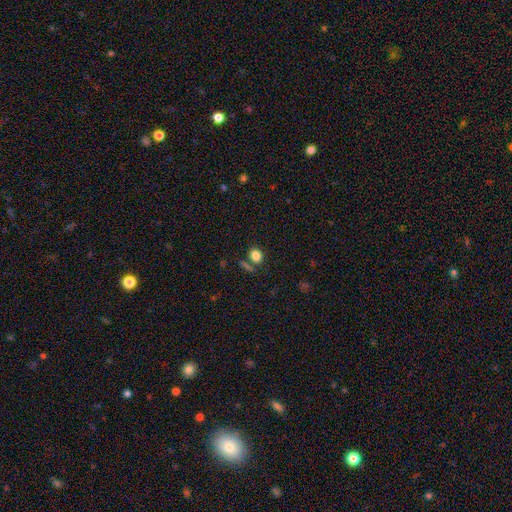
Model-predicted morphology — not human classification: Q: Smooth or featured?
A: smooth (82%); runner-up: star or artifact (12%)
Q: How rounded?
A: round (50%); runner-up: in between (48%)
Q: Merging?
A: none (73%); runner-up: minor disturbance (11%)